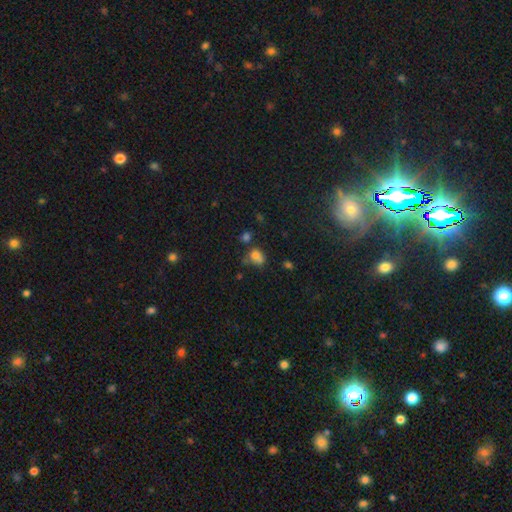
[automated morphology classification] A smooth galaxy with no disk features (70%) that is round (52%).

Vote fractions:
- Smooth or featured? smooth: 70% / star or artifact: 16% / featured or disk: 14%
- How rounded? round: 52% / in between: 47% / cigar-shaped: 1%
- Merging? merger: 33% (tied) / none: 33% (tied) / minor disturbance: 20% / major disturbance: 13%